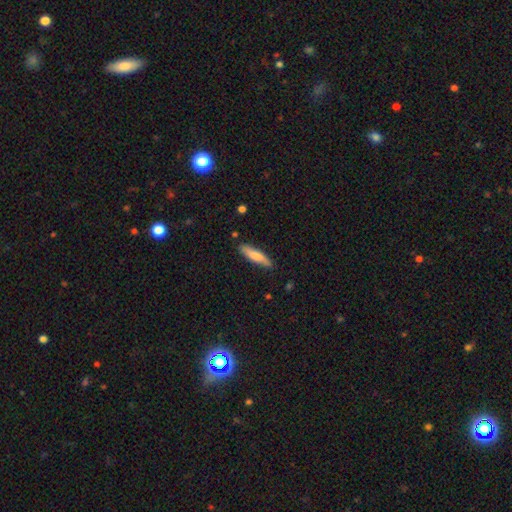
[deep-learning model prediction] Smooth or featured? Predicted: smooth (p=0.75). How rounded? Predicted: cigar-shaped (p=0.78). Merging? Predicted: none (p=0.84).